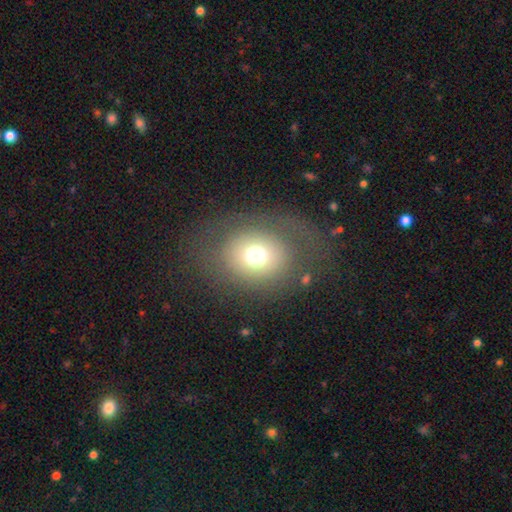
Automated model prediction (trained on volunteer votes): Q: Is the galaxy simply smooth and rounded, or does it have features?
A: smooth — 65%.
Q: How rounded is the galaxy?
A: round — 63%.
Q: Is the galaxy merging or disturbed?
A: none — 68%.